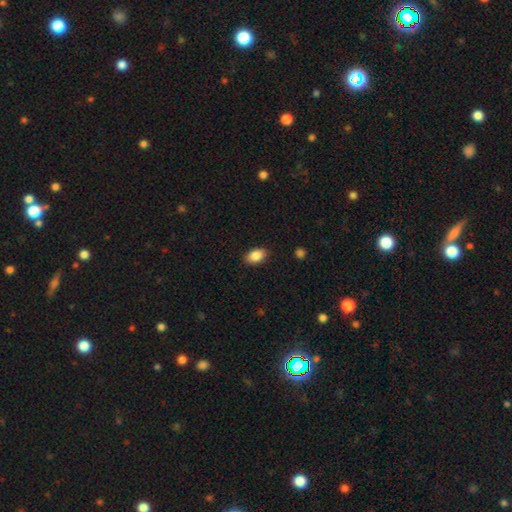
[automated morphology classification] This appears to be a smooth galaxy with no disk features (88%) that is in between round and cigar-shaped (89%). Merging: none (88%).